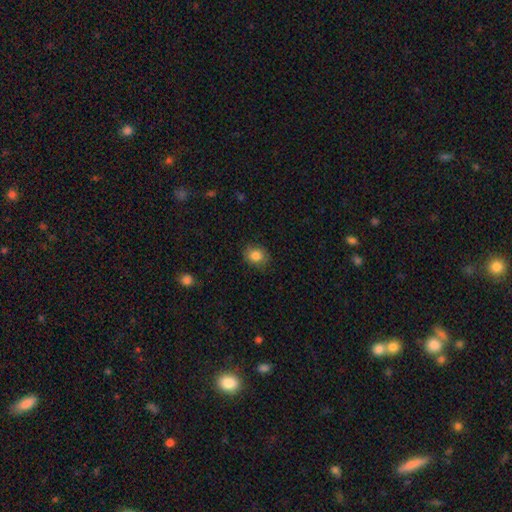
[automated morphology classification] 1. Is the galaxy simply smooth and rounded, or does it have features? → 84% smooth, 9% star or artifact, 7% featured or disk.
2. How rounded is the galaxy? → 59% round, 40% in between, 1% cigar-shaped.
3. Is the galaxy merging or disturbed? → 83% none, 13% minor disturbance, 3% major disturbance, 1% merger.